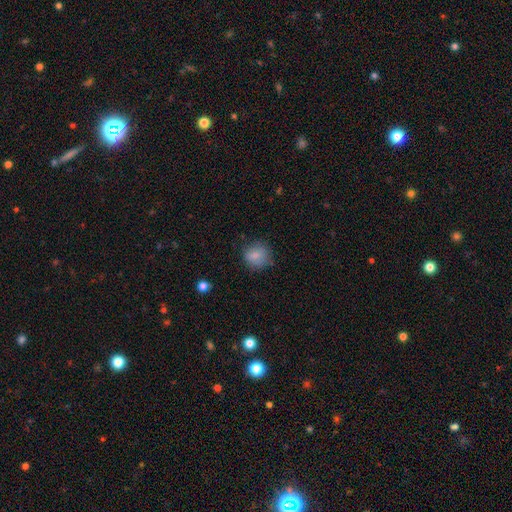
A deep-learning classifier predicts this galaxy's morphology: Smooth or featured? smooth (82%)
How rounded? round (78%)
Merging? none (73%)